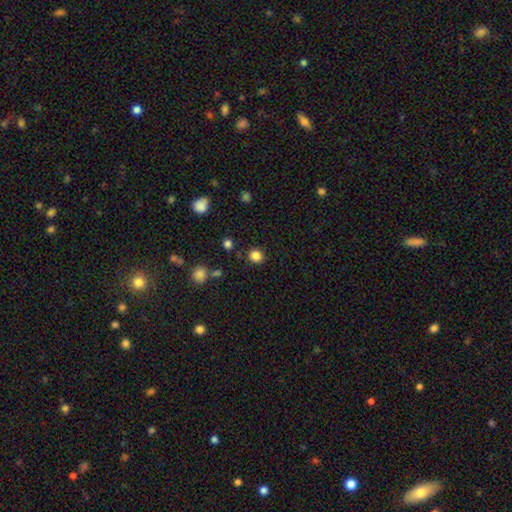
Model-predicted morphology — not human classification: A smooth galaxy with no disk features (84%) that is round (85%). Merging: none (87%).